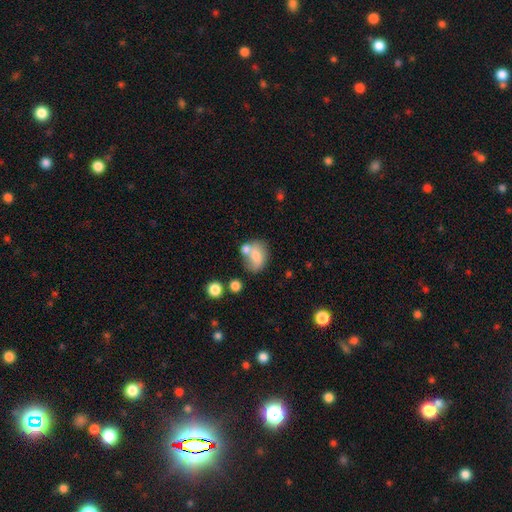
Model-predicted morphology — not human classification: smooth_or_featured: smooth (p=0.71) [alt: featured or disk p=0.20]
how_rounded: in between (p=0.66) [alt: round p=0.33]
merging: none (p=0.39) [alt: merger p=0.35]